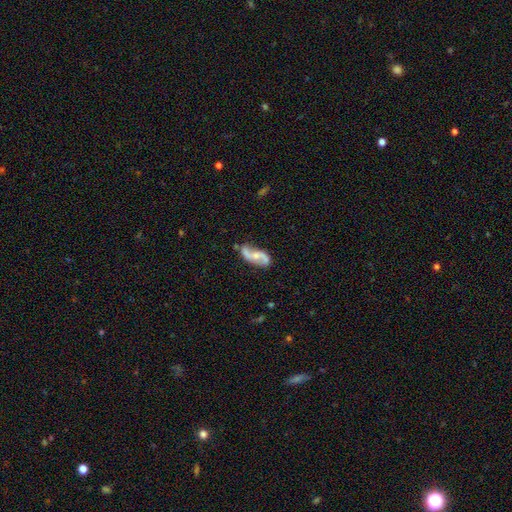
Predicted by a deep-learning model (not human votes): Smooth or featured: featured or disk — 81% (smooth — 14%)
Edge-on disk: no — 95% (yes — 5%)
Bar: no — 51% (weak — 35%)
Spiral arms: yes — 93% (no — 7%)
Spiral winding: loose — 73% (medium — 20%)
Spiral arm count: 2 — 92% (can't tell — 3%)
Bulge size: small — 48% (moderate — 41%)
Merging: none — 70% (minor disturbance — 19%)